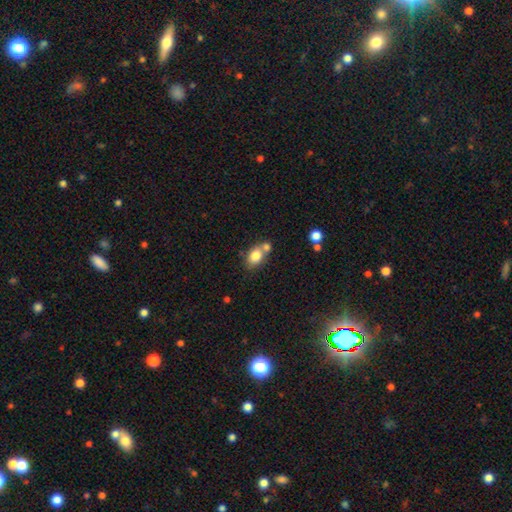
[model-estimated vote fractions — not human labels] smooth_or_featured: smooth (p=0.79) [alt: featured or disk p=0.12]
how_rounded: in between (p=0.69) [alt: round p=0.29]
merging: none (p=0.43) [alt: merger p=0.40]